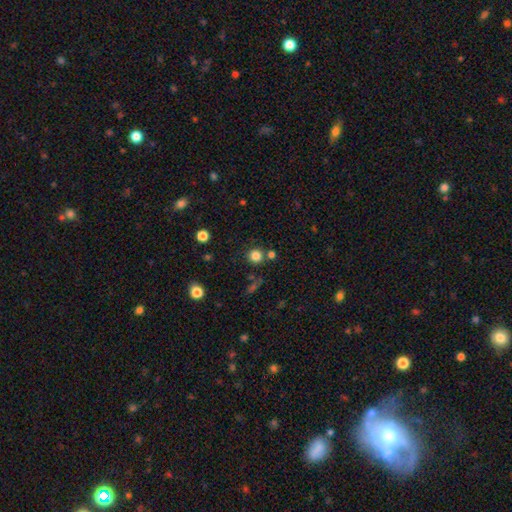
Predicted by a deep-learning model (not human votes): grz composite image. It shows a smooth galaxy with no disk features (82%) that is round (92%). Merging: none (80%).